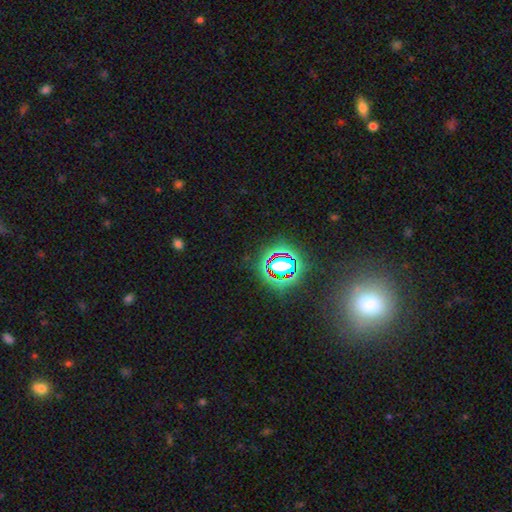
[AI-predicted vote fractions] Smooth or featured? star or artifact (74%)